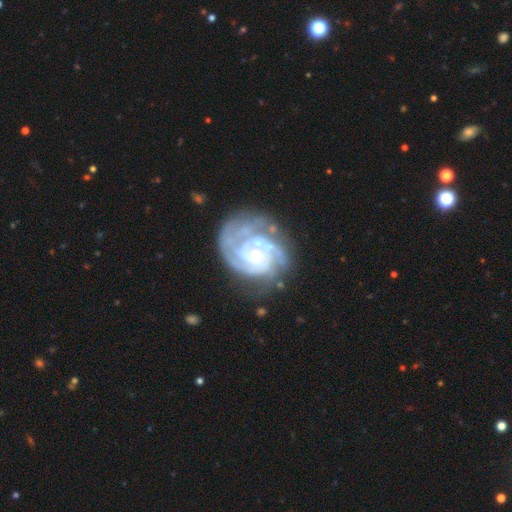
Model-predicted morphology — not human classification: This is clearly a featured or disk galaxy (88%). It is clearly not viewed edge-on (98%). Bar: likely no (68%). Spiral arm pattern: clearly yes (96%). Spiral arm count: marginally 3 (28%, tied with 2). Spiral winding: likely tight (69%). Central bulge: possibly small (47%). Merging: possibly none (59%).